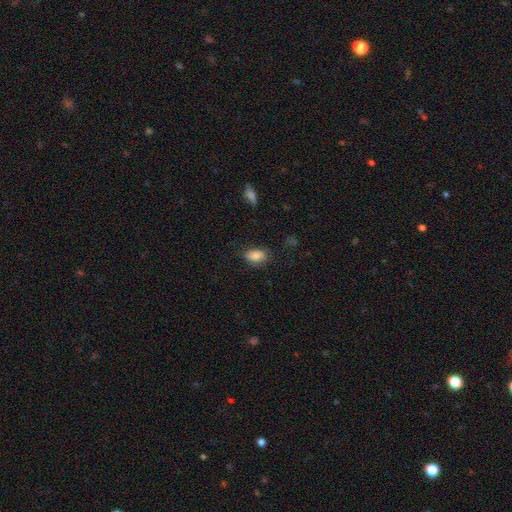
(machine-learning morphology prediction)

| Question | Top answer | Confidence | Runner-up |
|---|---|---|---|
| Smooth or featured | smooth | 84% | featured or disk (8%) |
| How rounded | in between | 90% | round (7%) |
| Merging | none | 74% | minor disturbance (19%) |